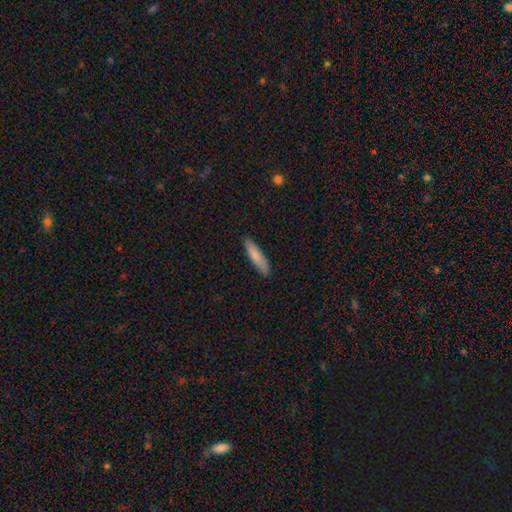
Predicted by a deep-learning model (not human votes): smooth-or-featured: smooth: 81% | featured or disk: 14% | star or artifact: 6%
  how-rounded: cigar-shaped: 80% | in between: 19% | round: 1%
  merging: none: 86% | minor disturbance: 11% | major disturbance: 2% | merger: 1%